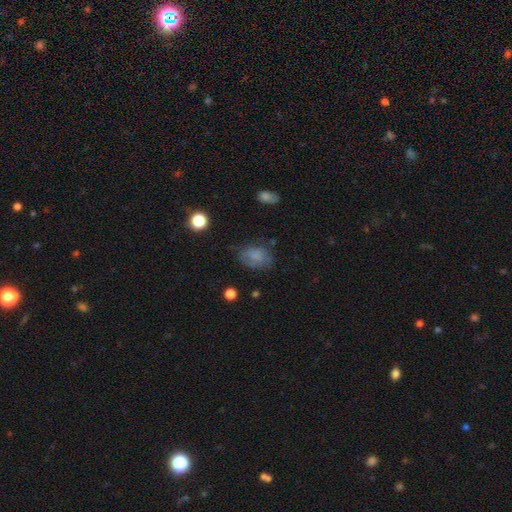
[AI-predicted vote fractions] Q: Smooth or featured?
A: smooth (71%); runner-up: featured or disk (17%)
Q: How rounded?
A: in between (71%); runner-up: round (28%)
Q: Merging?
A: none (57%); runner-up: minor disturbance (27%)